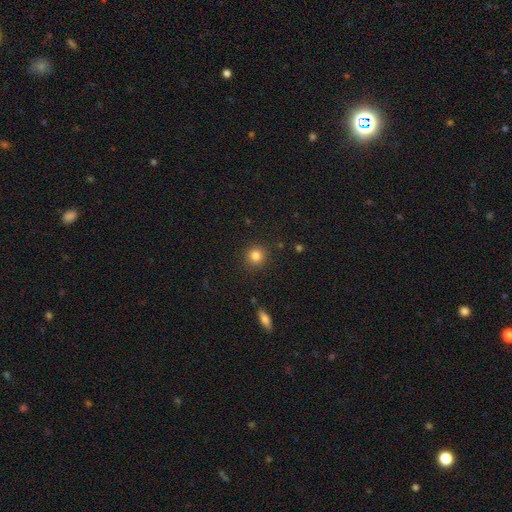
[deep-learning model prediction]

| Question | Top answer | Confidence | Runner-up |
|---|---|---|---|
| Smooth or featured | smooth | 84% | star or artifact (11%) |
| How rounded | round | 92% | in between (7%) |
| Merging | none | 91% | minor disturbance (6%) |